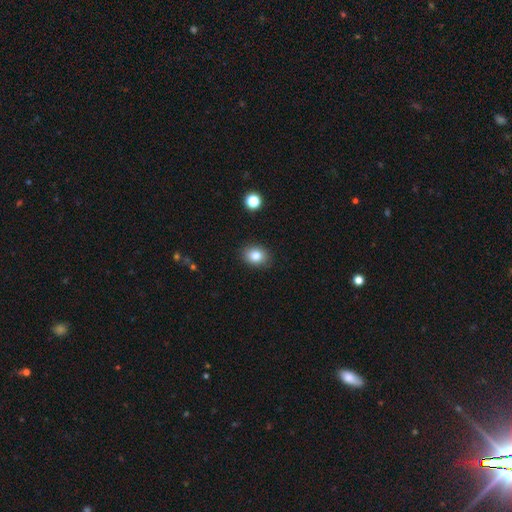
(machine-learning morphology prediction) Q: Smooth or featured?
A: smooth (84%); runner-up: star or artifact (10%)
Q: How rounded?
A: in between (51%); runner-up: round (48%)
Q: Merging?
A: none (88%); runner-up: minor disturbance (8%)